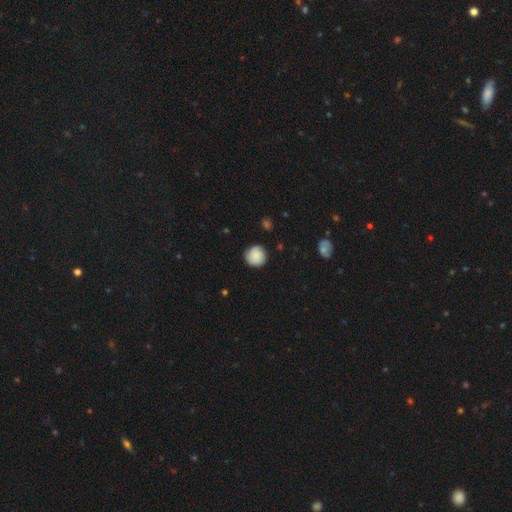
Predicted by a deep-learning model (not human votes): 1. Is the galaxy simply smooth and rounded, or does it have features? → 86% smooth, 7% star or artifact, 7% featured or disk.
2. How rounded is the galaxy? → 93% round, 6% in between, 1% cigar-shaped.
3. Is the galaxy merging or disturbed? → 84% none, 13% minor disturbance, 3% major disturbance, 1% merger.